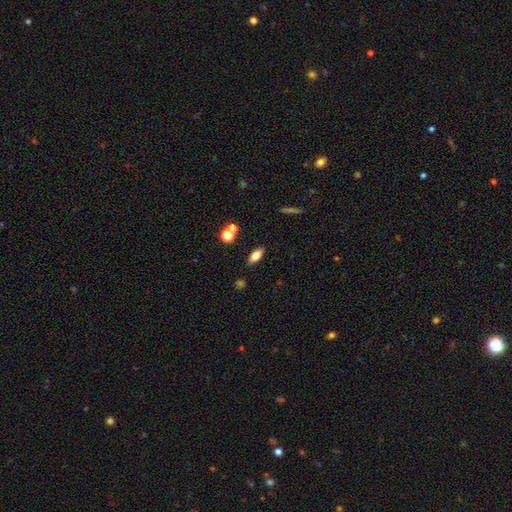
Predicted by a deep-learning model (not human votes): smooth_or_featured: smooth (p=0.74) [alt: featured or disk p=0.16]
how_rounded: in between (p=0.80) [alt: cigar-shaped p=0.15]
merging: none (p=0.84) [alt: minor disturbance p=0.10]